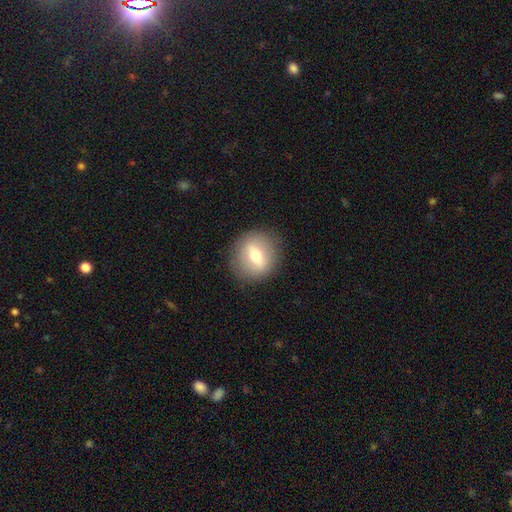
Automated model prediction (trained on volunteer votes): Smooth or featured? Predicted: smooth (p=0.55). How rounded? Predicted: round (p=0.79). Merging? Predicted: none (p=0.87).